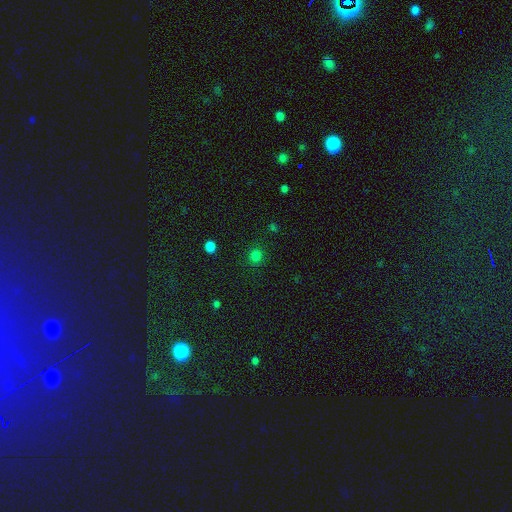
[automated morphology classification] smooth-or-featured: smooth: 80% | star or artifact: 16% | featured or disk: 4%
  how-rounded: round: 87% | in between: 12% | cigar-shaped: 1%
  merging: none: 88% | minor disturbance: 7% | major disturbance: 3% | merger: 2%